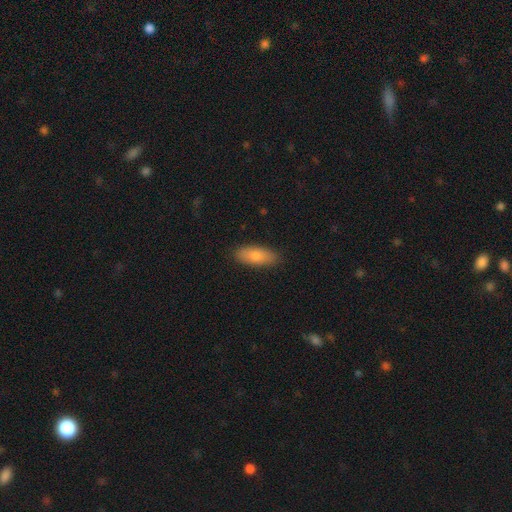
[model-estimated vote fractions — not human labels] Overall: smooth (83%). How rounded: in between (77%). Merging: none (87%).